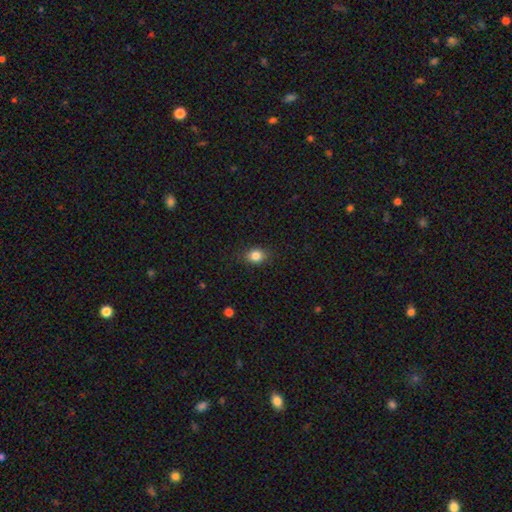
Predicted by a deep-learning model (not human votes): Smooth or featured?
  - smooth: 84% *
  - star or artifact: 10%
  - featured or disk: 5%
How rounded?
  - round: 54% *
  - in between: 45%
  - cigar-shaped: 1%
Merging?
  - none: 86% *
  - minor disturbance: 10%
  - major disturbance: 3%
  - merger: 1%